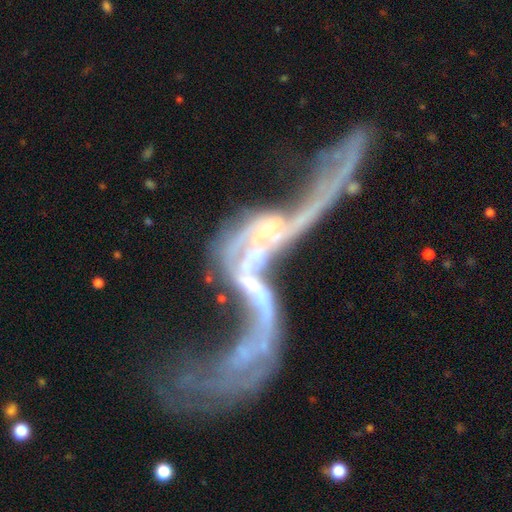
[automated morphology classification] The model was most divided on "bulge size": small: 48%, none: 27%, moderate: 20%, large: 3%, dominant: 2%. More confident: edge-on disk — no (90%); smooth or featured — featured or disk (80%); spiral arms — yes (66%); merging — merger (62%); bar — no (61%).